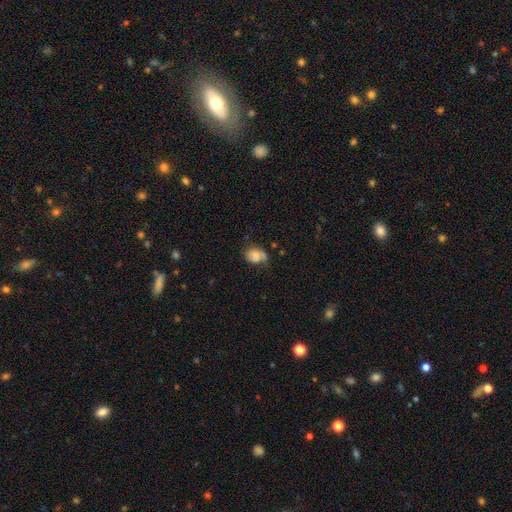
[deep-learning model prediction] A smooth galaxy with no disk features (66%) that is in between round and cigar-shaped (64%). Merging: none (46%).